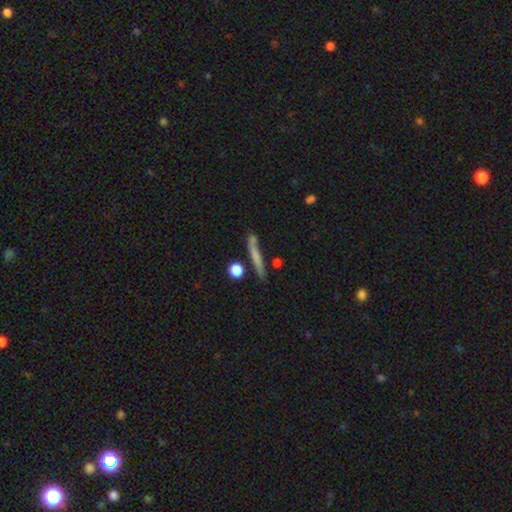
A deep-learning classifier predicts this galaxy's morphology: Q: Smooth or featured?
A: smooth (62%); runner-up: featured or disk (28%)
Q: How rounded?
A: cigar-shaped (90%); runner-up: in between (5%)
Q: Merging?
A: none (74%); runner-up: minor disturbance (14%)